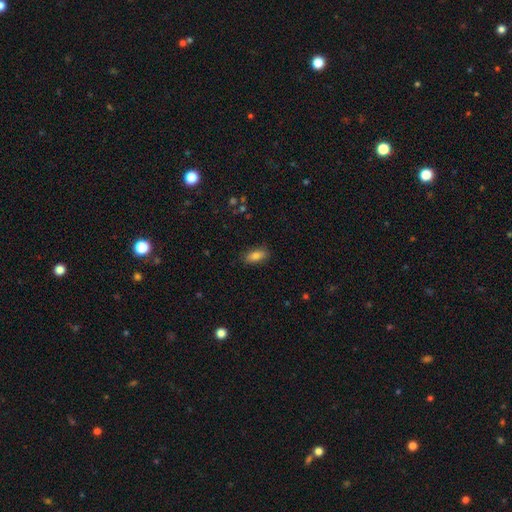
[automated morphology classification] The model was most divided on "how rounded": in between: 83%, cigar-shaped: 14%, round: 3%. More confident: merging — none (84%); smooth or featured — smooth (82%).